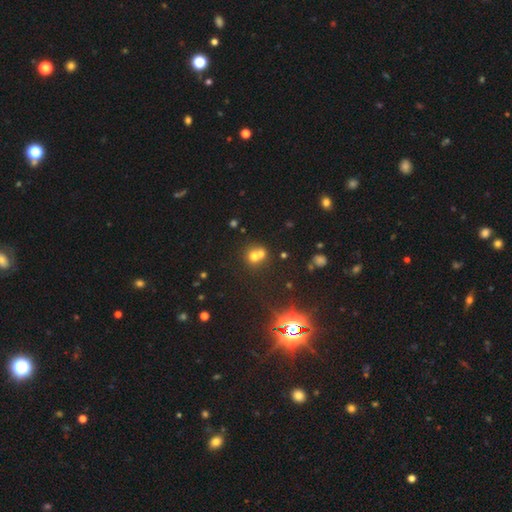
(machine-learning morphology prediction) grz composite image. It shows a smooth galaxy with no disk features (62%) that is round (82%). Merging: merger (56%).